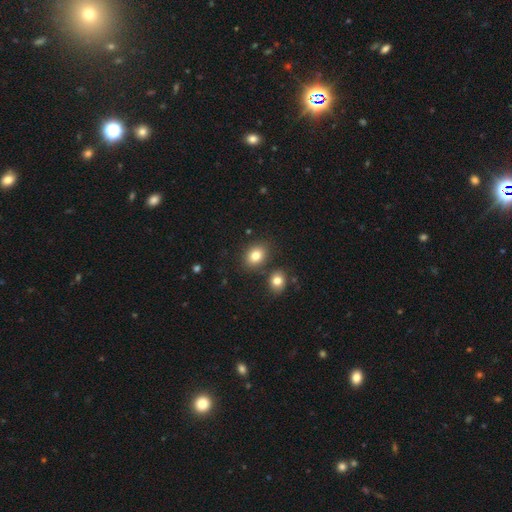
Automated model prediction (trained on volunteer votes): Morphology: type=smooth (82%); roundness=in between (60%); merging=none (78%).